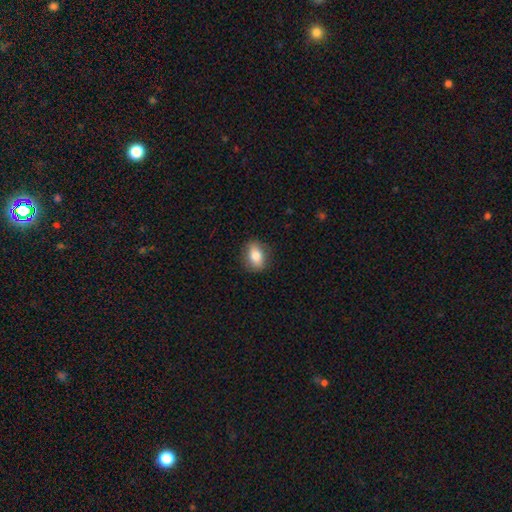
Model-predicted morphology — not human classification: smooth_or_featured: smooth (p=0.76) [alt: featured or disk p=0.16]
how_rounded: in between (p=0.72) [alt: round p=0.25]
merging: none (p=0.85) [alt: minor disturbance p=0.11]